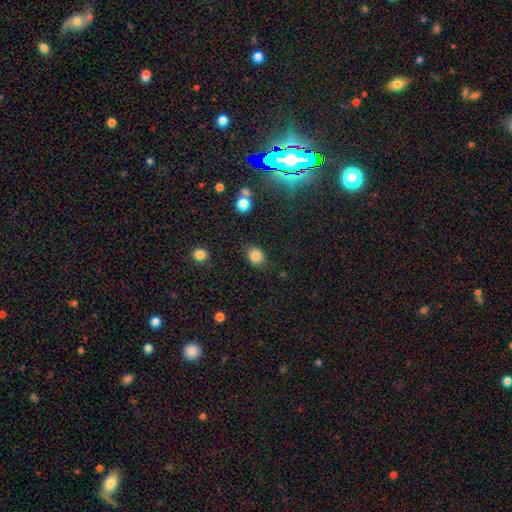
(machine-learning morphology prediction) smooth-or-featured: smooth: 84% | star or artifact: 10% | featured or disk: 6%
  how-rounded: round: 66% | in between: 33% | cigar-shaped: 1%
  merging: none: 82% | minor disturbance: 13% | major disturbance: 4% | merger: 2%